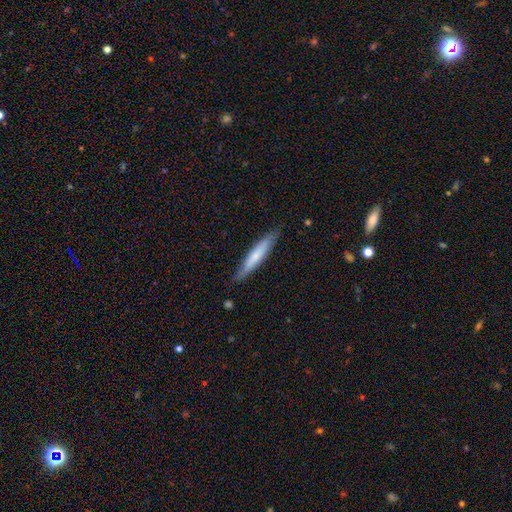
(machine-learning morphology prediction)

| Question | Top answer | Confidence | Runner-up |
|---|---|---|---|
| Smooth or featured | smooth | 63% | featured or disk (31%) |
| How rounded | cigar-shaped | 92% | in between (7%) |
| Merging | none | 85% | minor disturbance (12%) |